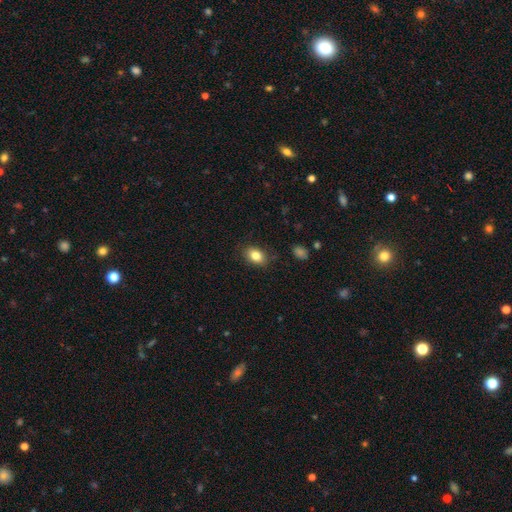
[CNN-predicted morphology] type=smooth (83%); roundness=in between (82%); merging=none (85%).